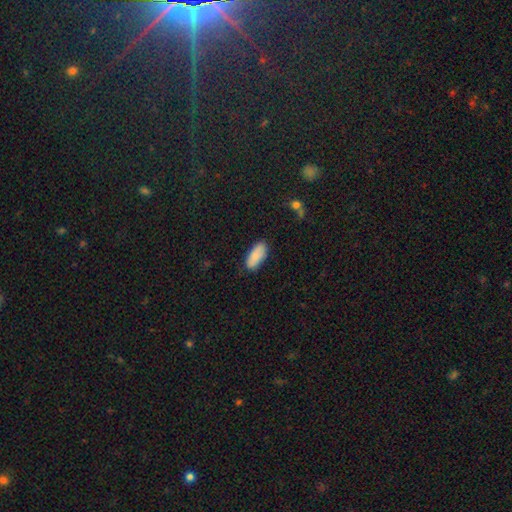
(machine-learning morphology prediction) smooth_or_featured: smooth (p=0.88) [alt: featured or disk p=0.06]
how_rounded: in between (p=0.87) [alt: cigar-shaped p=0.12]
merging: none (p=0.85) [alt: minor disturbance p=0.11]